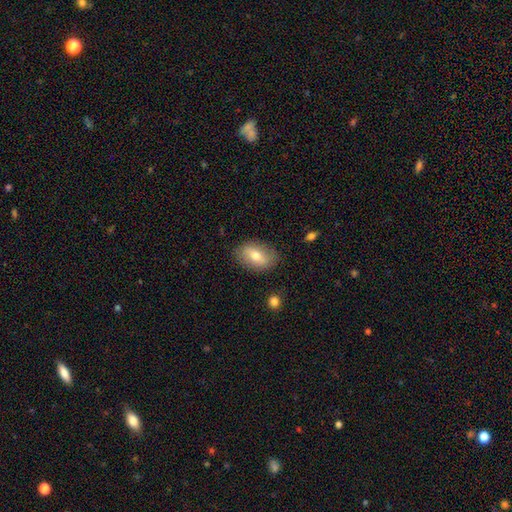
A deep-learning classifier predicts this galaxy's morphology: Q: Smooth or featured?
A: smooth (66%); runner-up: featured or disk (26%)
Q: How rounded?
A: in between (87%); runner-up: round (11%)
Q: Merging?
A: none (83%); runner-up: minor disturbance (12%)